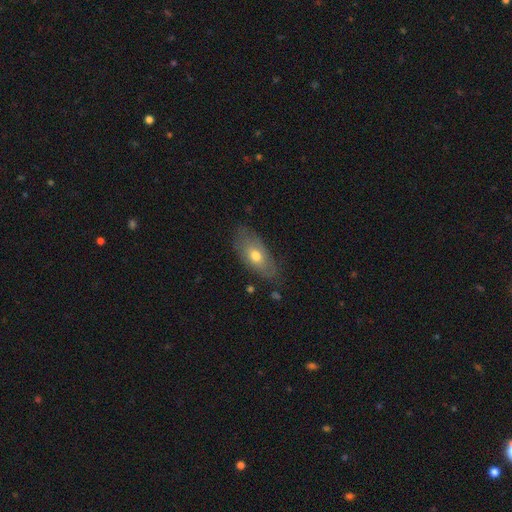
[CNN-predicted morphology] Smooth or featured? Predicted: smooth (p=0.65). How rounded? Predicted: in between (p=0.87). Merging? Predicted: none (p=0.74).